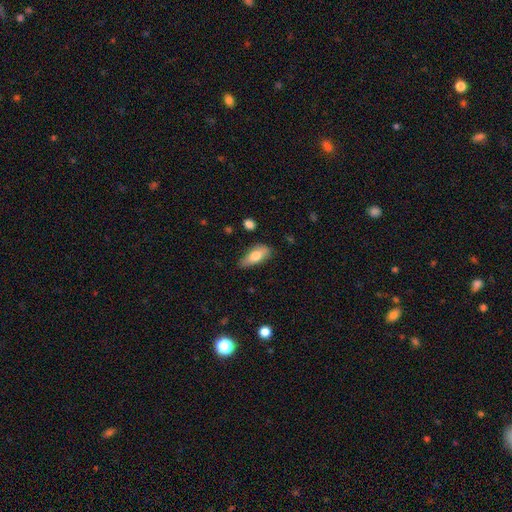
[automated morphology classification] smooth 74%, featured or disk 20%, star or artifact 6%. Down the decision tree: how rounded — in between (78%); merging — none (71%).